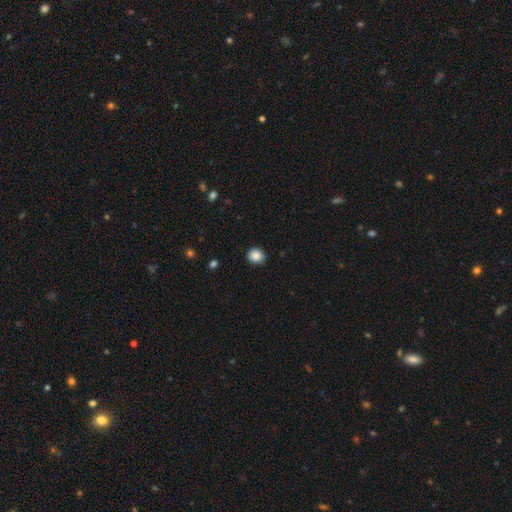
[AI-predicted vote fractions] Morphology: type=smooth (87%); roundness=round (81%); merging=none (89%).